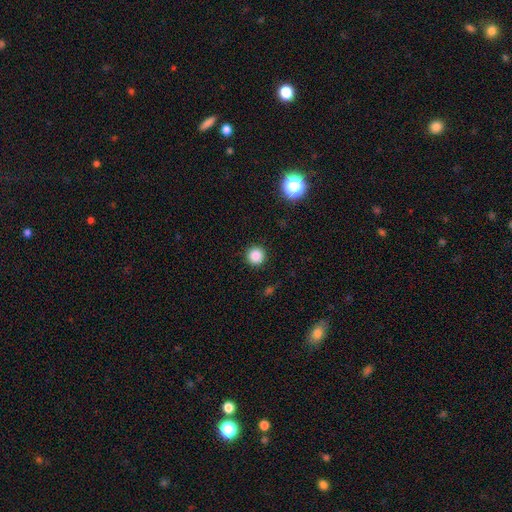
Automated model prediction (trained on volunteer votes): smooth 86%, star or artifact 11%, featured or disk 3%. Down the decision tree: how rounded — round (96%); merging — none (92%).